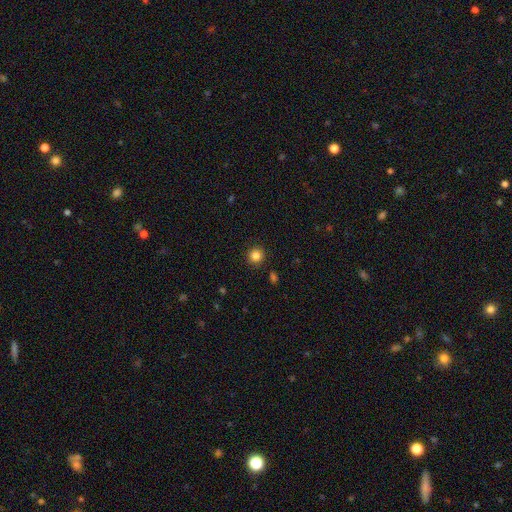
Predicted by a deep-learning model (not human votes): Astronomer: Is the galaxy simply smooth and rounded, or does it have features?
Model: smooth — 84%.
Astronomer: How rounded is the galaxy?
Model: round — 94%.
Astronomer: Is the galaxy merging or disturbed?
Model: none — 91%.